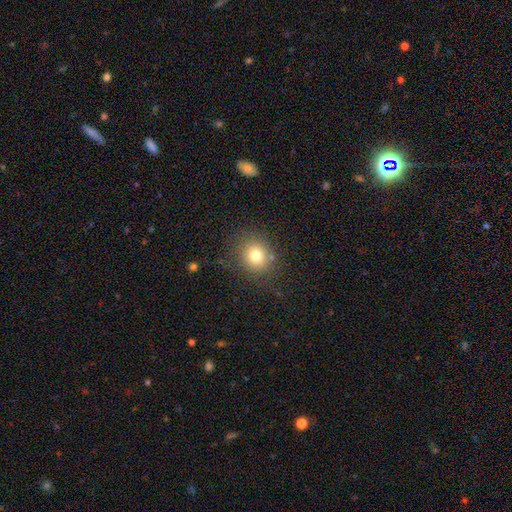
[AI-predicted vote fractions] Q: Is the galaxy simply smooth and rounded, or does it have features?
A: smooth — 77%.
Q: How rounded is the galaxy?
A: round — 81%.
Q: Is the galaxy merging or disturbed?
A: none — 80%.